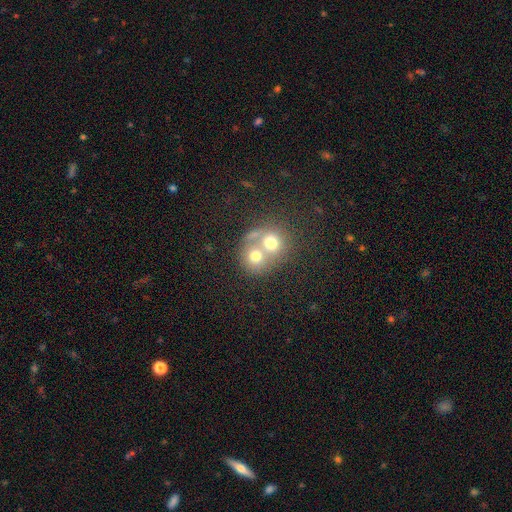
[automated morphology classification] A smooth galaxy with no disk features (65%) that is round (76%). Merging: merger (66%).